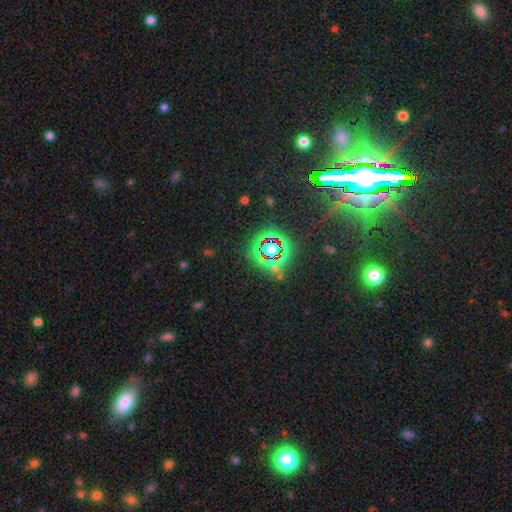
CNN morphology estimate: smooth_or_featured: star or artifact (p=0.79) [alt: featured or disk p=0.11]